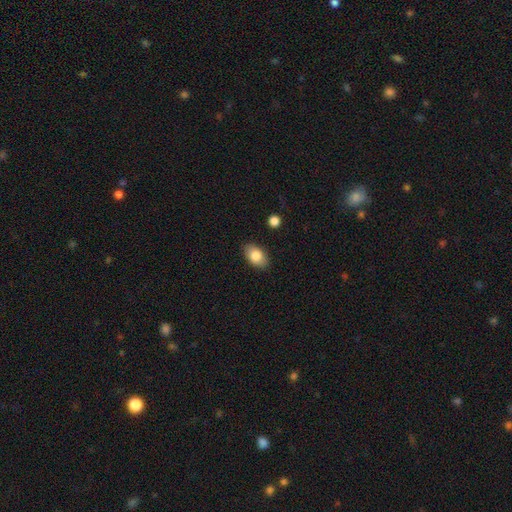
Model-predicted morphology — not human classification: Q: Smooth or featured?
A: smooth (83%); runner-up: featured or disk (10%)
Q: How rounded?
A: in between (89%); runner-up: round (10%)
Q: Merging?
A: none (86%); runner-up: minor disturbance (11%)